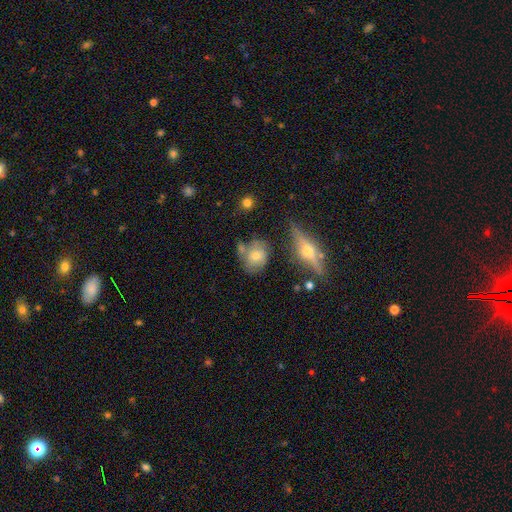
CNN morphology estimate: A smooth galaxy with no disk features (54%) that is in between round and cigar-shaped (49%).

Vote fractions:
- Smooth or featured? smooth: 54% / featured or disk: 36% / star or artifact: 10%
- How rounded? in between: 49% / round: 48% / cigar-shaped: 3%
- Merging? none: 53% / minor disturbance: 22% / merger: 16% / major disturbance: 8%